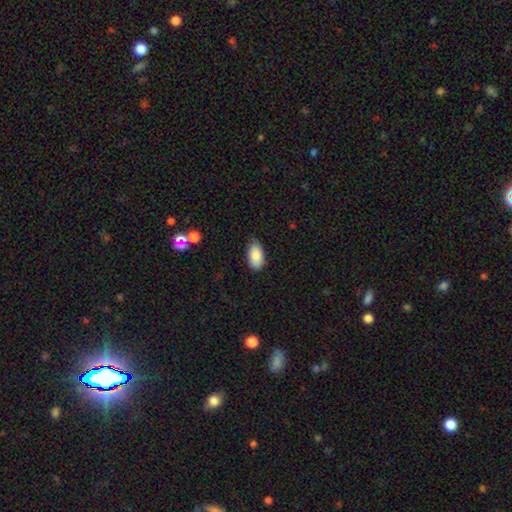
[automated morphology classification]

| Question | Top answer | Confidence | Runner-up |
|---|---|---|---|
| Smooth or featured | smooth | 86% | star or artifact (7%) |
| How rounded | in between | 94% | round (4%) |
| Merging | none | 74% | minor disturbance (21%) |